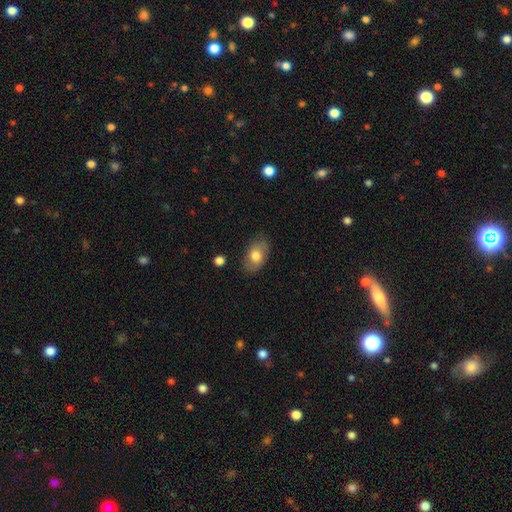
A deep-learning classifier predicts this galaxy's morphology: smooth_or_featured: smooth (p=0.74) [alt: featured or disk p=0.19]
how_rounded: in between (p=0.89) [alt: round p=0.09]
merging: none (p=0.79) [alt: minor disturbance p=0.16]